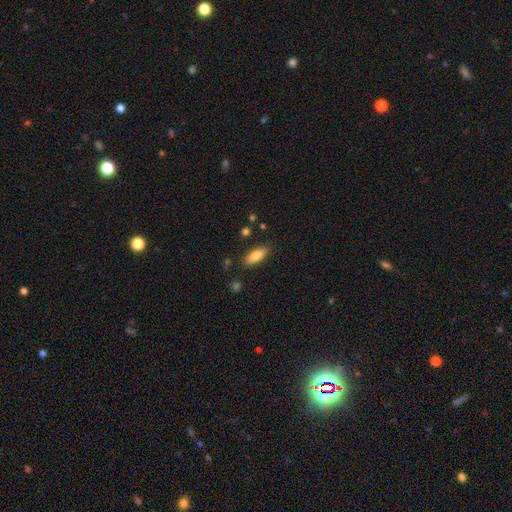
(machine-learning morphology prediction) Overall: smooth (79%). How rounded: in between (68%; cigar-shaped 30%). Merging: none (85%).